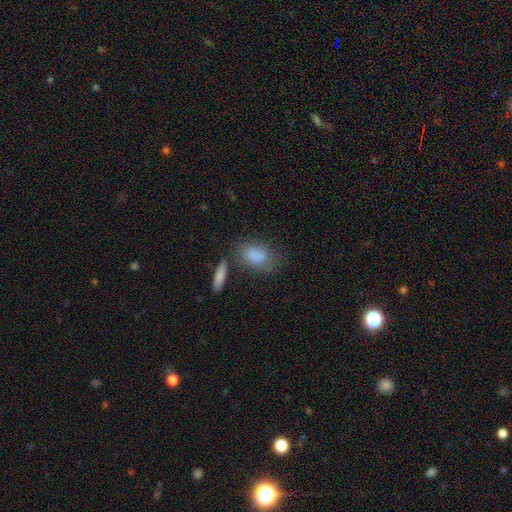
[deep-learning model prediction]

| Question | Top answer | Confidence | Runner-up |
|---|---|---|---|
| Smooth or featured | smooth | 82% | featured or disk (9%) |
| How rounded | in between | 83% | round (13%) |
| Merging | none | 57% | minor disturbance (20%) |